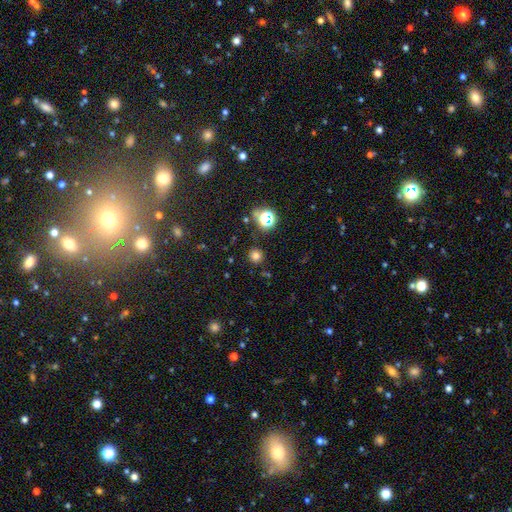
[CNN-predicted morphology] A smooth galaxy with no disk features (73%) that is round (94%).

Vote fractions:
- Smooth or featured? smooth: 73% / star or artifact: 21% / featured or disk: 5%
- How rounded? round: 94% / in between: 5% / cigar-shaped: 1%
- Merging? none: 88% / minor disturbance: 7% / major disturbance: 3% / merger: 3%